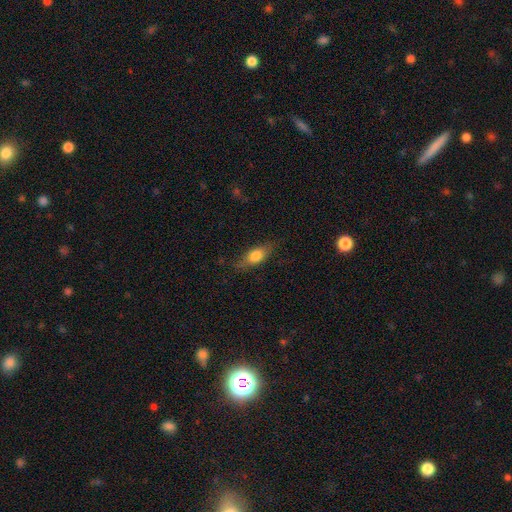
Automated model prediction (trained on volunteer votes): The model was most divided on "how rounded": in between: 73%, cigar-shaped: 21%, round: 6%. More confident: merging — none (76%); smooth or featured — smooth (73%).